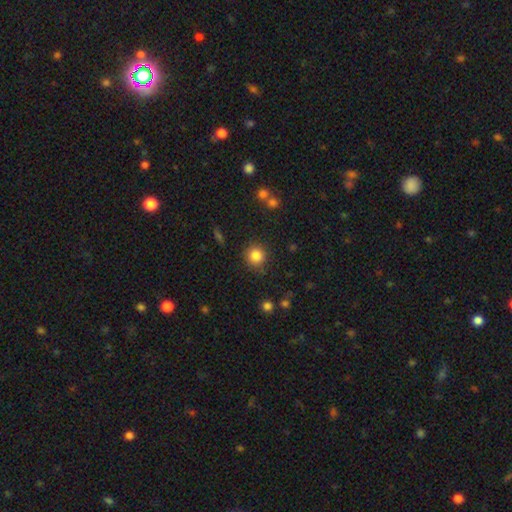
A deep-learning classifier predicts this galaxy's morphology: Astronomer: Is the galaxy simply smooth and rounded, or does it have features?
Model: smooth — 84%.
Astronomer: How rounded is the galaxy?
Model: round — 93%.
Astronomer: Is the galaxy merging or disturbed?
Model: none — 86%.